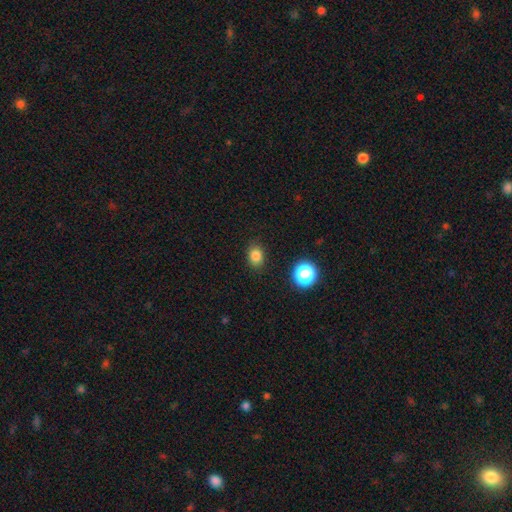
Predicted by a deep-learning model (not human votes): Q: Smooth or featured?
A: smooth (82%); runner-up: star or artifact (14%)
Q: How rounded?
A: in between (58%); runner-up: round (41%)
Q: Merging?
A: none (85%); runner-up: minor disturbance (10%)